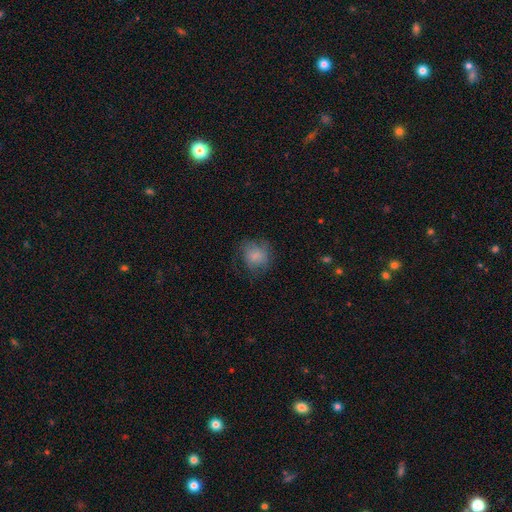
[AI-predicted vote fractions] smooth_or_featured: smooth (p=0.76) [alt: featured or disk p=0.15]
how_rounded: round (p=0.76) [alt: in between p=0.23]
merging: none (p=0.64) [alt: minor disturbance p=0.22]